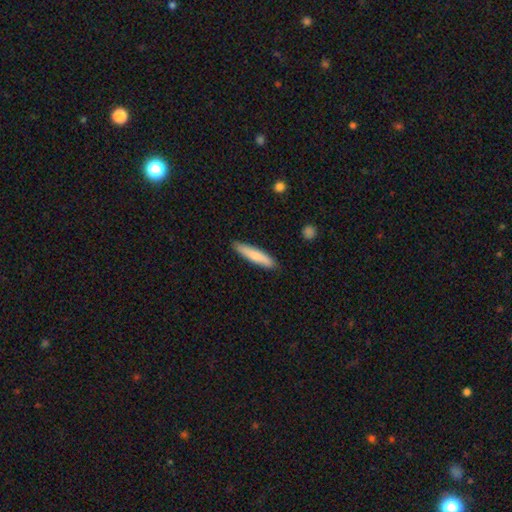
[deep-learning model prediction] Smooth or featured? Predicted: smooth (p=0.79). How rounded? Predicted: cigar-shaped (p=0.89). Merging? Predicted: none (p=0.88).